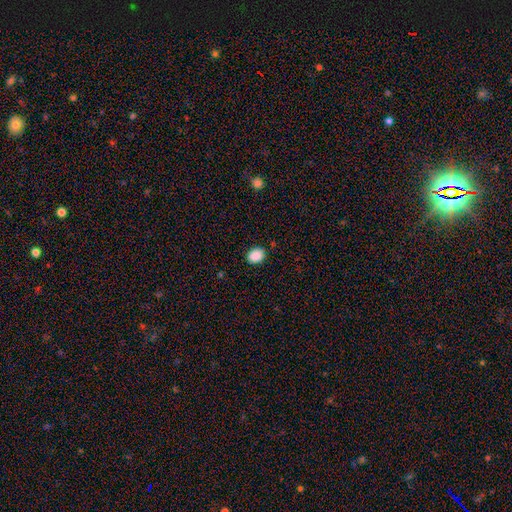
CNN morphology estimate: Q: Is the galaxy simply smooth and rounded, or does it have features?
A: smooth — 89%.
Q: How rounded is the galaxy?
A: in between — 61%.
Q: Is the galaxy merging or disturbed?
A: none — 88%.